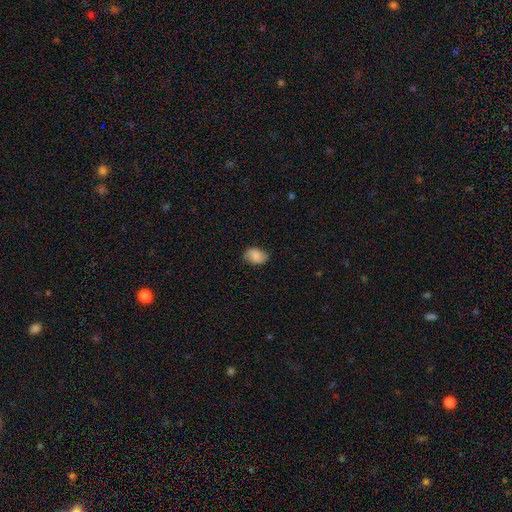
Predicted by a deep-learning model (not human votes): Overall: smooth (79%). How rounded: in between (83%). Merging: none (79%).